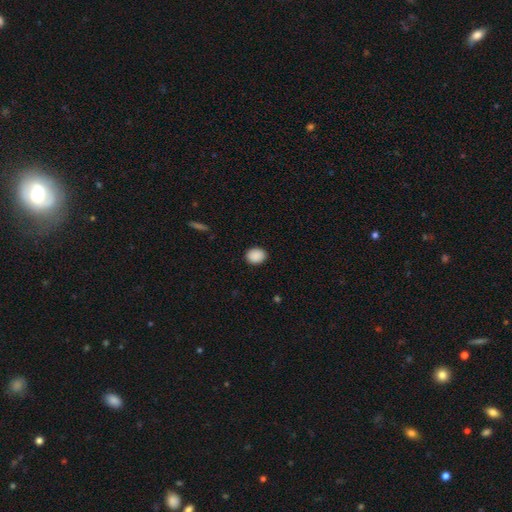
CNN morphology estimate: This is clearly a smooth galaxy (90%). How rounded: possibly round (53%). Merging: clearly none (90%).